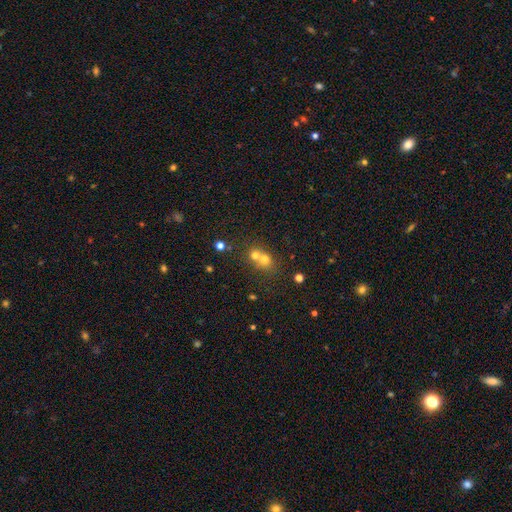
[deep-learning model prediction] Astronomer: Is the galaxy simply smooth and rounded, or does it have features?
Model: smooth — 57%.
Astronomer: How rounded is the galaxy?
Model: round — 79%.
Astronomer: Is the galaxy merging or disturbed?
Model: merger — 51% (runner-up: none, 40%).